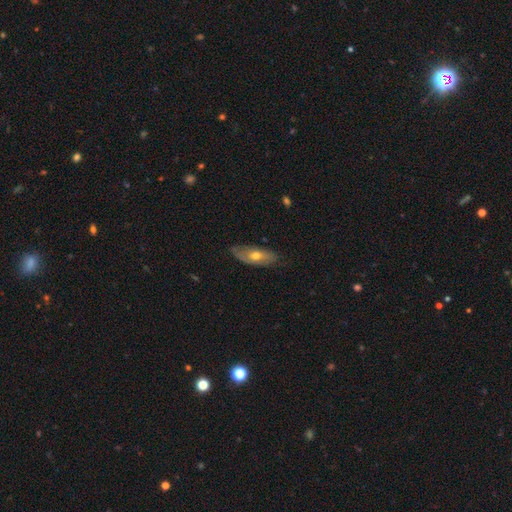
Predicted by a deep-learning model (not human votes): Smooth or featured? Predicted: featured or disk (p=0.50). Merging? Predicted: none (p=0.75).